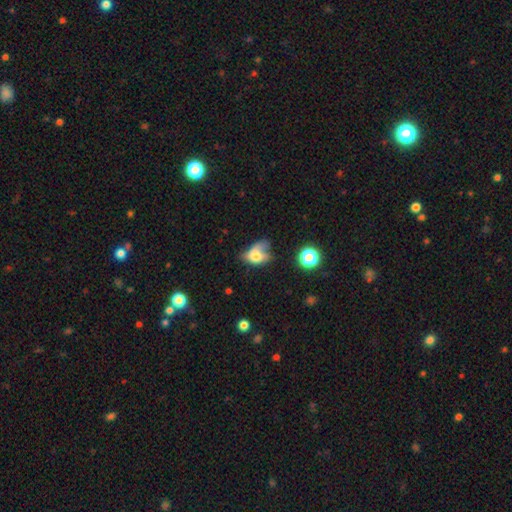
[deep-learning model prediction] smooth 58%, featured or disk 30%, star or artifact 12%. Down the decision tree: how rounded — in between (74%); merging — major disturbance (41%).